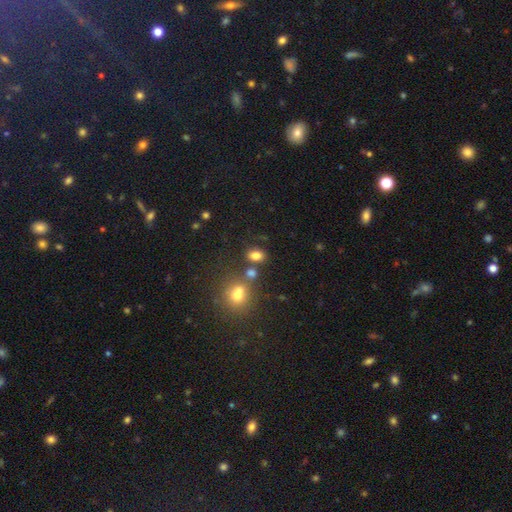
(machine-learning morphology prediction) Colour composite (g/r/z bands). It shows a smooth galaxy with no disk features (78%) that is in between round and cigar-shaped (71%). Merging: none (68%).